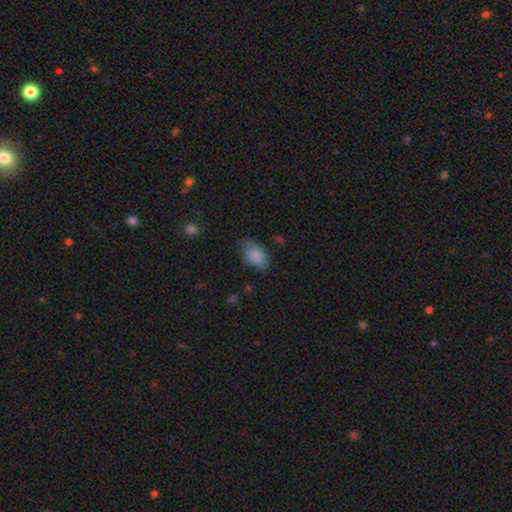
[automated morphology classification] Smooth or featured? Predicted: smooth (p=0.85). How rounded? Predicted: in between (p=0.92). Merging? Predicted: none (p=0.68).